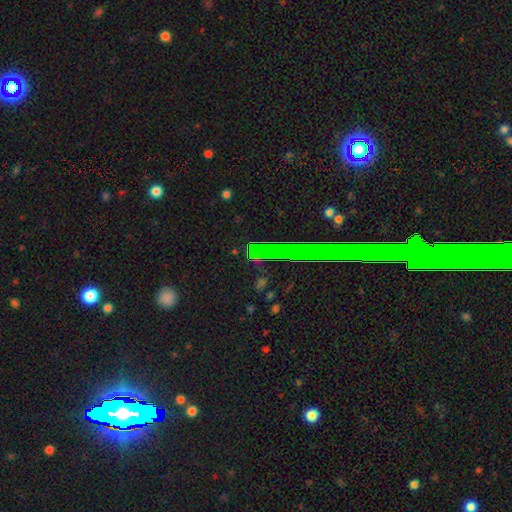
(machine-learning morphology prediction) smooth_or_featured: star or artifact (p=0.60) [alt: smooth p=0.25]